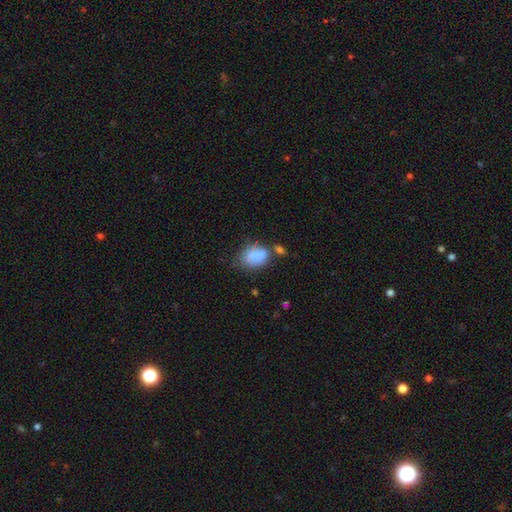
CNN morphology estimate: smooth_or_featured: smooth (p=0.77) [alt: featured or disk p=0.14]
how_rounded: in between (p=0.72) [alt: round p=0.27]
merging: none (p=0.43) [alt: merger p=0.24]